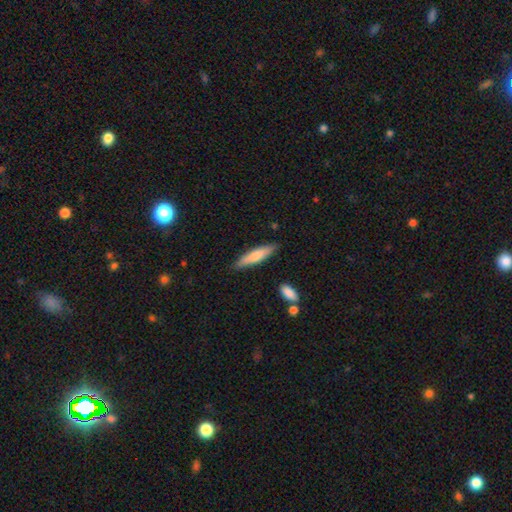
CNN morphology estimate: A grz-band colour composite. It shows a smooth galaxy with no disk features (71%) that is cigar-shaped (80%). Merging: none (85%).